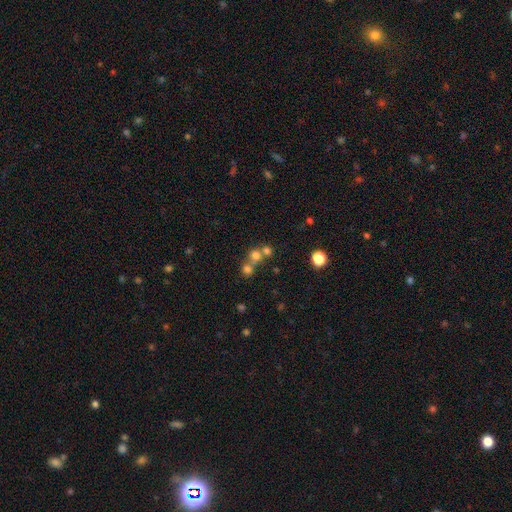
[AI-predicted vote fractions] smooth 68%, star or artifact 20%, featured or disk 12%. Down the decision tree: how rounded — round (86%); merging — merger (47%).